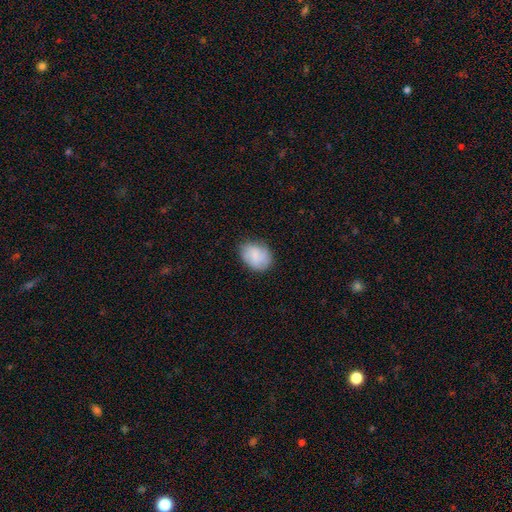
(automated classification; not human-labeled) A smooth galaxy with no disk features (69%) that is in between round and cigar-shaped (61%).

Vote fractions:
- Smooth or featured? smooth: 69% / featured or disk: 24% / star or artifact: 8%
- How rounded? in between: 61% / round: 38% / cigar-shaped: 1%
- Merging? none: 76% / minor disturbance: 18% / major disturbance: 5% / merger: 1%